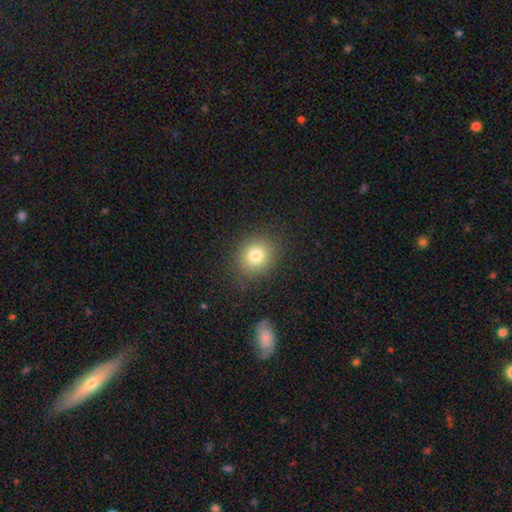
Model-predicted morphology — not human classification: Overall: smooth (78%). How rounded: round (73%). Merging: none (86%).